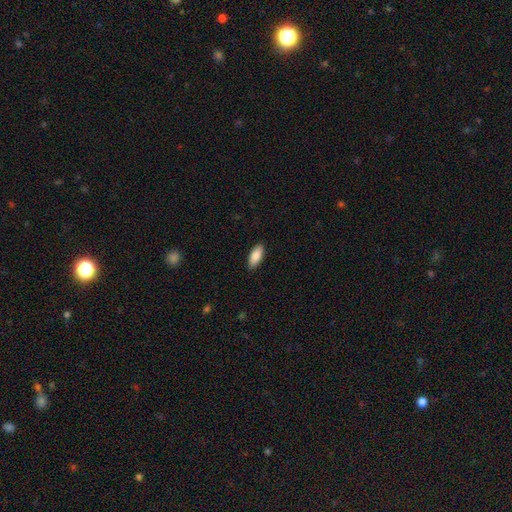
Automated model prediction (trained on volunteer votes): Smooth or featured? smooth (87%)
How rounded? in between (84%)
Merging? none (88%)